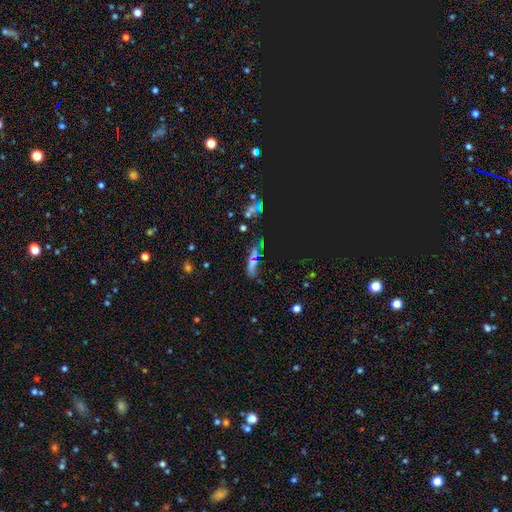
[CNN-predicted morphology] This appears to be a star or artifact, not a galaxy (38%).